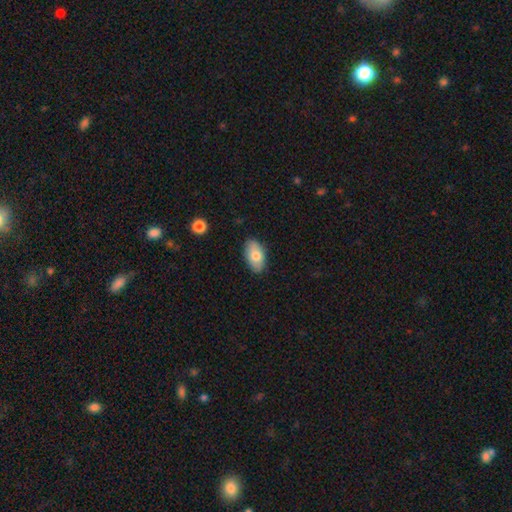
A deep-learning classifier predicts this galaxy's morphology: Smooth or featured?
  - smooth: 76% *
  - featured or disk: 17%
  - star or artifact: 7%
How rounded?
  - in between: 93% *
  - round: 5%
  - cigar-shaped: 2%
Merging?
  - none: 84% *
  - minor disturbance: 13%
  - major disturbance: 2%
  - merger: 1%